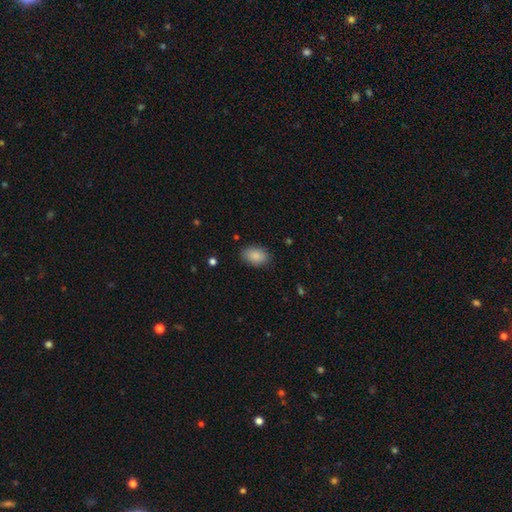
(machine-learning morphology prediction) Smooth or featured? smooth (89%)
How rounded? in between (89%)
Merging? none (85%)